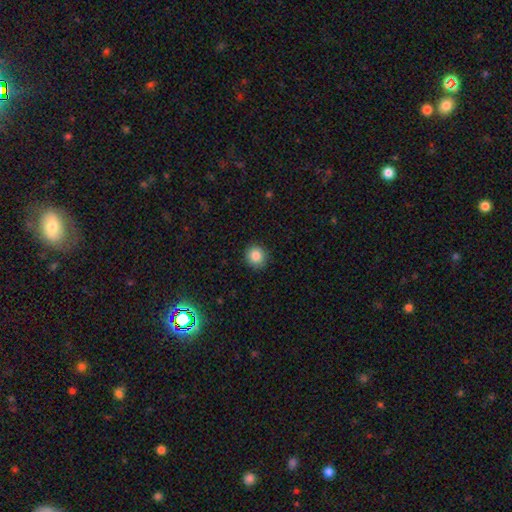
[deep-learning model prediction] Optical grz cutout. It shows a smooth galaxy with no disk features (85%) that is round (90%). Merging: none (90%).